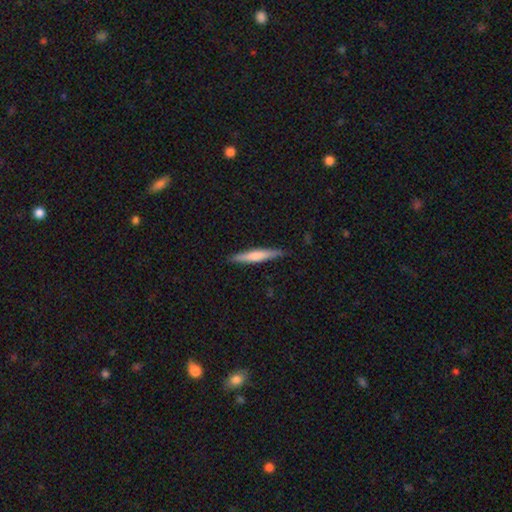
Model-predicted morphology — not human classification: Q: Smooth or featured?
A: smooth (61%); runner-up: featured or disk (34%)
Q: How rounded?
A: cigar-shaped (92%); runner-up: in between (7%)
Q: Merging?
A: none (88%); runner-up: minor disturbance (10%)